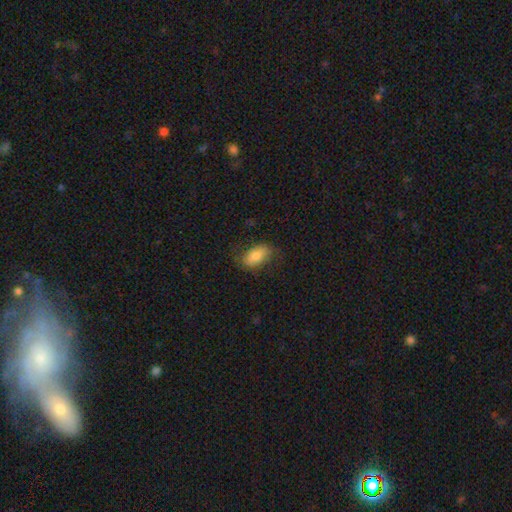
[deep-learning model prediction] smooth 78%, featured or disk 15%, star or artifact 7%. Down the decision tree: how rounded — in between (91%); merging — none (69%).